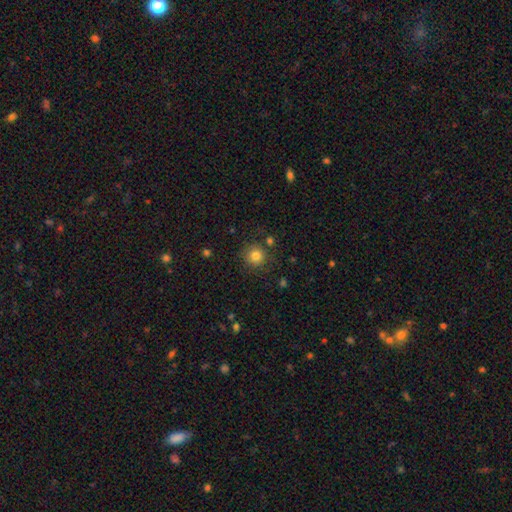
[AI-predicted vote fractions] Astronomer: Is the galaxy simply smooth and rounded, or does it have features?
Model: smooth — 81%.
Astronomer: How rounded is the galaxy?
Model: round — 93%.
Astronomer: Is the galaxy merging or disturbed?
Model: none — 83%.